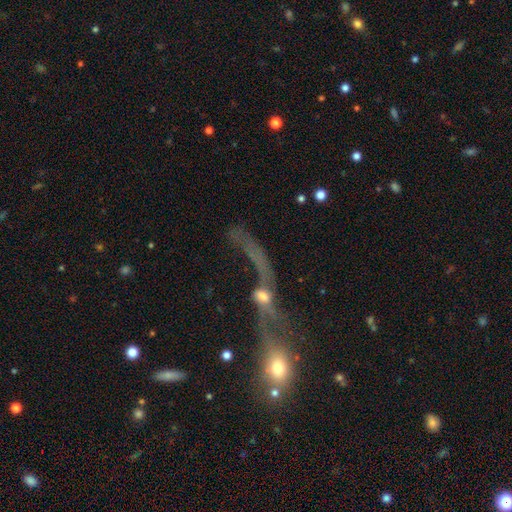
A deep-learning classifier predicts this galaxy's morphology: This is possibly a featured or disk galaxy (54%). It is likely not viewed edge-on (77%). Merging: likely merger (69%).